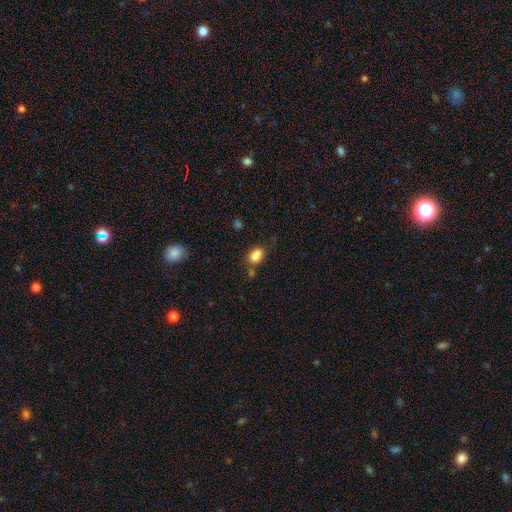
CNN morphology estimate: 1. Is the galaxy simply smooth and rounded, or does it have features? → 81% smooth, 11% star or artifact, 8% featured or disk.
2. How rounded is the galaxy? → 76% in between, 22% round, 2% cigar-shaped.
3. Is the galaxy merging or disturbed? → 56% none, 20% minor disturbance, 18% merger, 6% major disturbance.